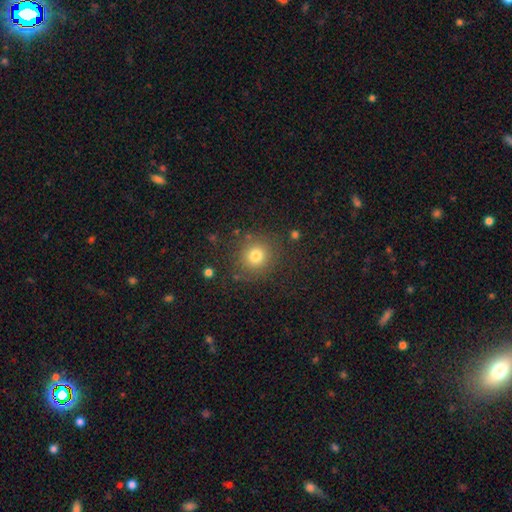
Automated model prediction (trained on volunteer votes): The model was most divided on "smooth or featured": smooth: 78%, star or artifact: 14%, featured or disk: 8%. More confident: how rounded — round (89%); merging — none (84%).